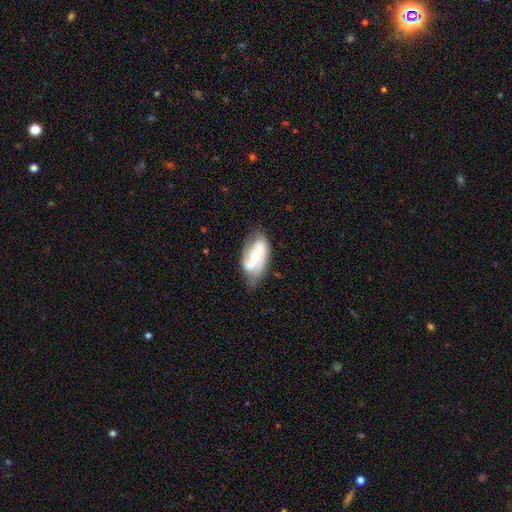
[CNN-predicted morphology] This appears to be a featured or disk galaxy (70%) with no bar (49%), 2 (74%) medium (41%) spiral arms (81%) and a moderate central bulge (58%). Merging: none (58%).